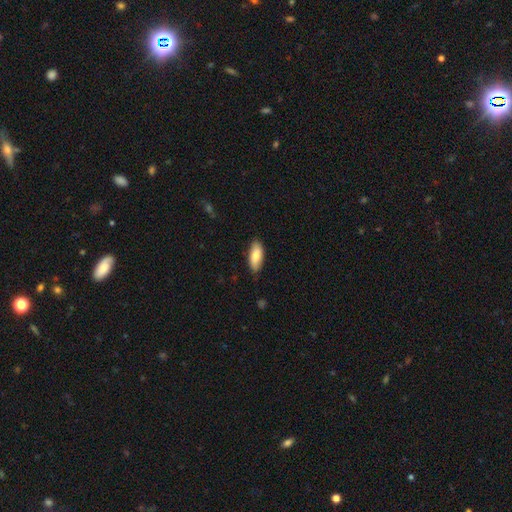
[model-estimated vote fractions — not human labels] Q: Smooth or featured?
A: smooth (81%); runner-up: featured or disk (14%)
Q: How rounded?
A: in between (81%); runner-up: cigar-shaped (17%)
Q: Merging?
A: none (83%); runner-up: minor disturbance (14%)